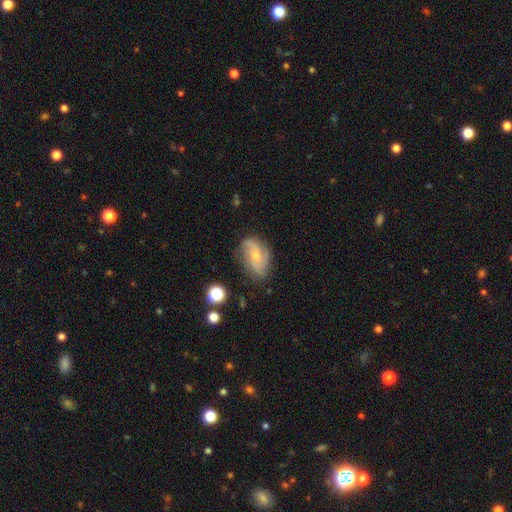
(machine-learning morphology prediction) The model was most divided on "spiral winding": medium: 42%, loose: 35%, tight: 24%. Remaining: edge-on disk — no (97%); spiral arms — yes (93%); smooth or featured — featured or disk (72%); bulge size — small (71%); bar — no (69%); merging — none (68%); spiral arm count — 2 (40%).